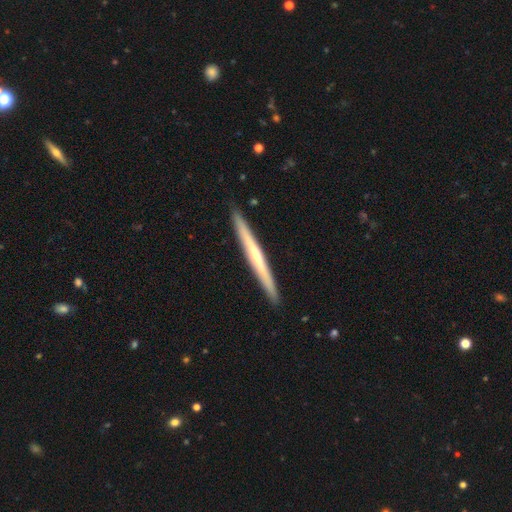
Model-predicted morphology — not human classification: This is possibly a featured or disk galaxy (57%). It is clearly viewed edge-on (97%). Edge-on bulge: possibly none (57%). Merging: clearly none (93%).